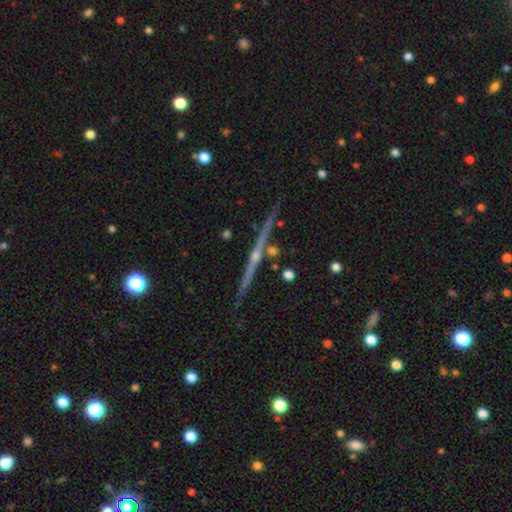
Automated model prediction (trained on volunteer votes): smooth_or_featured: featured or disk (p=0.68) [alt: smooth p=0.16]
disk_edge_on: yes (p=0.94) [alt: no p=0.06]
edge_on_bulge: rounded (p=0.49) [alt: none p=0.42]
merging: none (p=0.82) [alt: minor disturbance p=0.09]